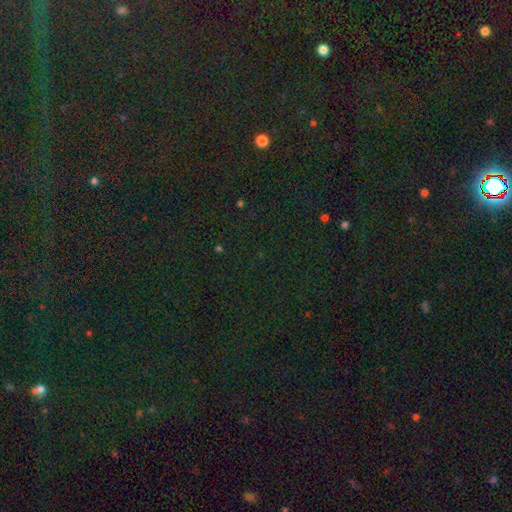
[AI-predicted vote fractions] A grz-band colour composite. It shows a star or artifact, not a galaxy (83%).